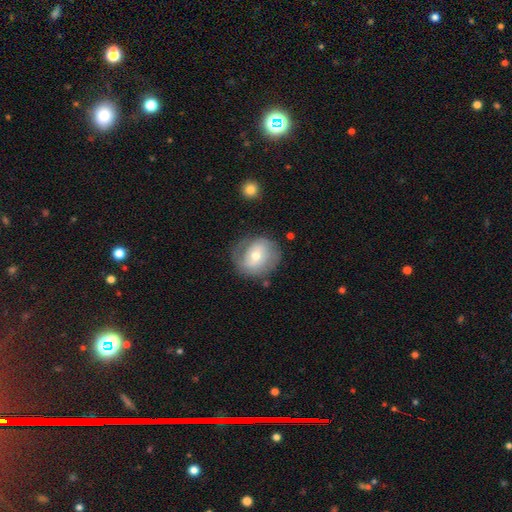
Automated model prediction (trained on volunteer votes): Smooth or featured? featured or disk (49%)
Merging? none (67%)